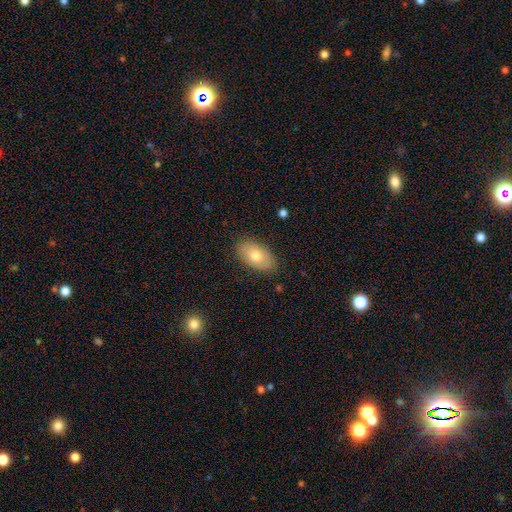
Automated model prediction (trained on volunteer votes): smooth 74%, featured or disk 19%, star or artifact 7%. Down the decision tree: how rounded — in between (93%); merging — none (85%).